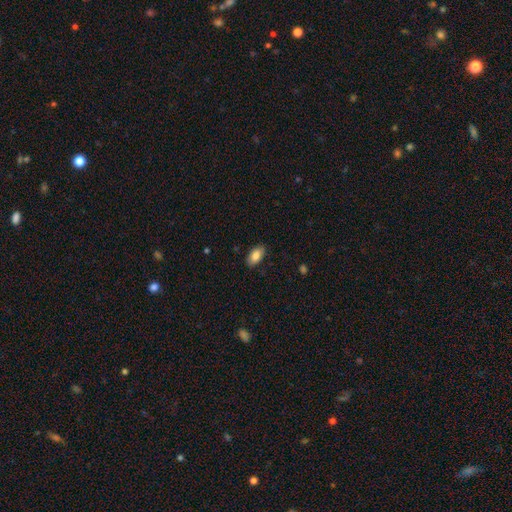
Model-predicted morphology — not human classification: type=smooth (83%); roundness=in between (93%); merging=none (87%).